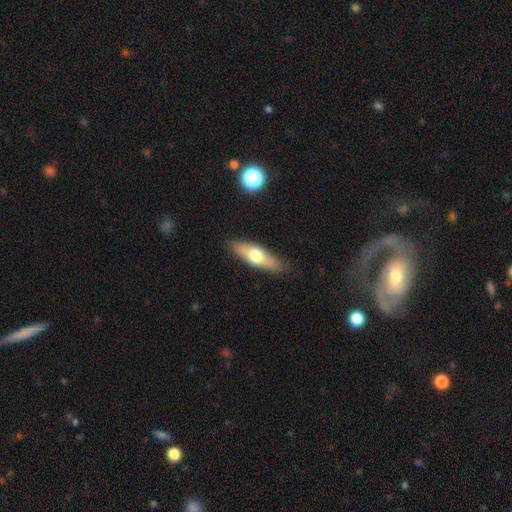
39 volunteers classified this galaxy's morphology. Volunteers were most divided on "smooth or featured": smooth: 54%, featured or disk: 41%, star or artifact: 5%. More confident: merging — none (84%); how rounded — in between (52%).